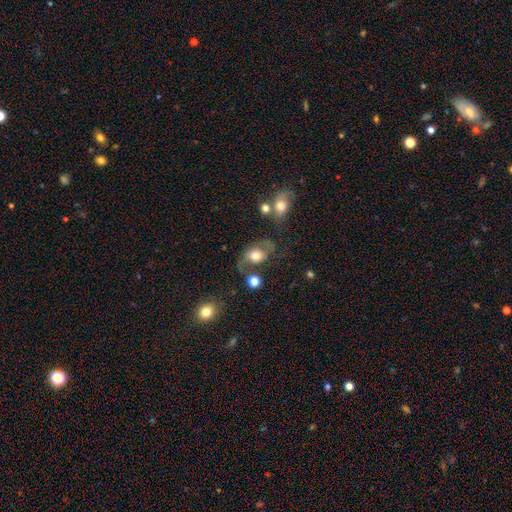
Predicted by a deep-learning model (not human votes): A smooth galaxy with no disk features (54%) that is in between round and cigar-shaped (66%).

Vote fractions:
- Smooth or featured? smooth: 54% / featured or disk: 37% / star or artifact: 10%
- How rounded? in between: 66% / round: 32% / cigar-shaped: 2%
- Merging? none: 44% / minor disturbance: 24% / major disturbance: 23% / merger: 8%